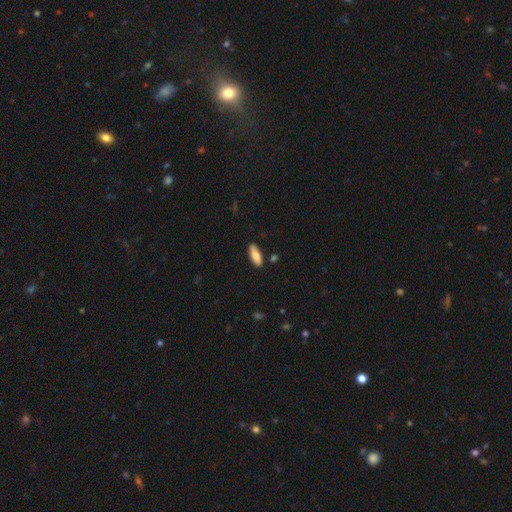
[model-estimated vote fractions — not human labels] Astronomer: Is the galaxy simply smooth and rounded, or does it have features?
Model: smooth — 82%.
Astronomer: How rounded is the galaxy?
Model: in between — 71%.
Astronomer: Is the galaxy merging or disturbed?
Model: none — 85%.